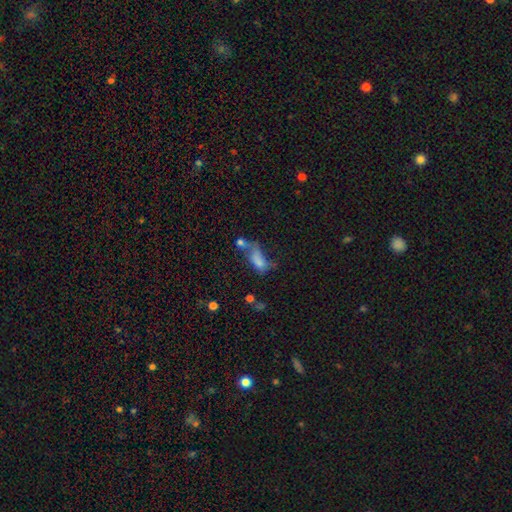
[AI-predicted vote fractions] Smooth or featured? Predicted: smooth (p=0.52). How rounded? Predicted: in between (p=0.74). Merging? Predicted: major disturbance (p=0.28).